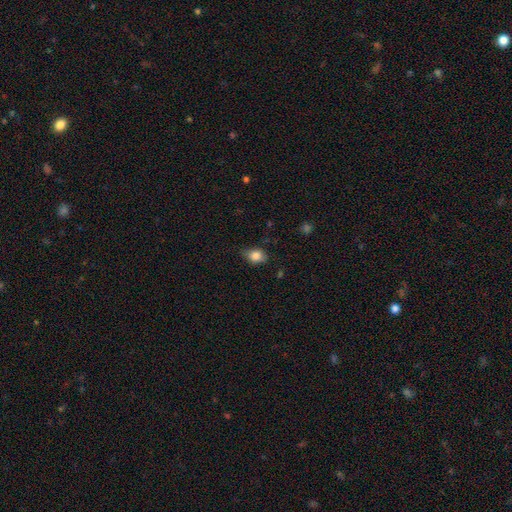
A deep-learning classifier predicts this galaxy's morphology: type=smooth (83%); roundness=in between (63%); merging=none (69%).